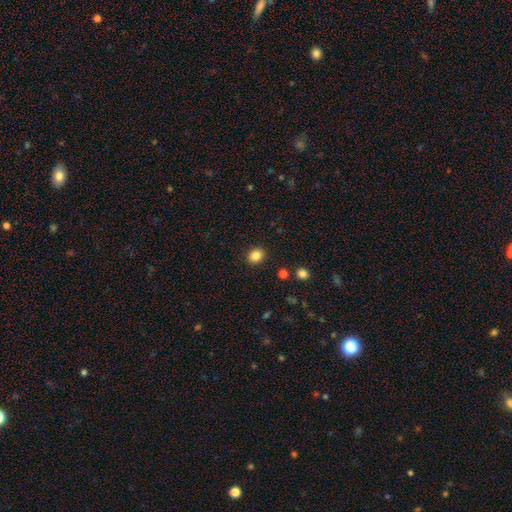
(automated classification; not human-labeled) smooth_or_featured: smooth (p=0.84) [alt: star or artifact p=0.11]
how_rounded: round (p=0.65) [alt: in between p=0.35]
merging: none (p=0.90) [alt: minor disturbance p=0.07]